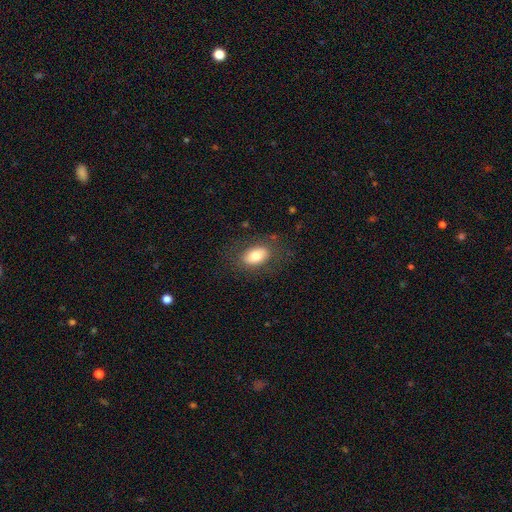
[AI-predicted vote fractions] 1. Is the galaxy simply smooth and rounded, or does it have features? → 77% smooth, 16% featured or disk, 7% star or artifact.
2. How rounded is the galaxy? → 89% in between, 9% round, 2% cigar-shaped.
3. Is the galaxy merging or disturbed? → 78% none, 14% minor disturbance, 7% major disturbance, 1% merger.